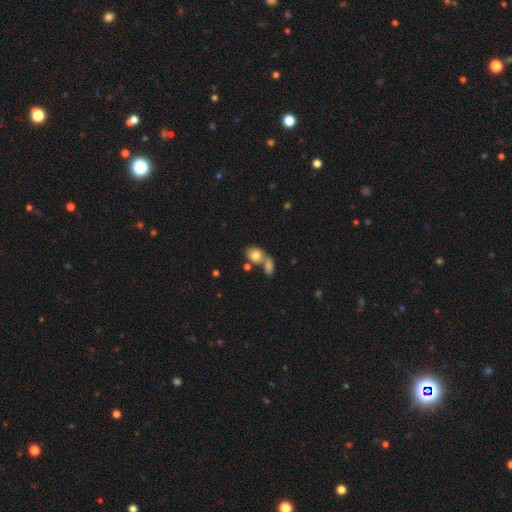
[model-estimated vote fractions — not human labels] Smooth or featured?
  - smooth: 79% *
  - featured or disk: 12%
  - star or artifact: 9%
How rounded?
  - in between: 55% *
  - round: 43%
  - cigar-shaped: 2%
Merging?
  - merger: 50% *
  - none: 35%
  - minor disturbance: 10%
  - major disturbance: 5%